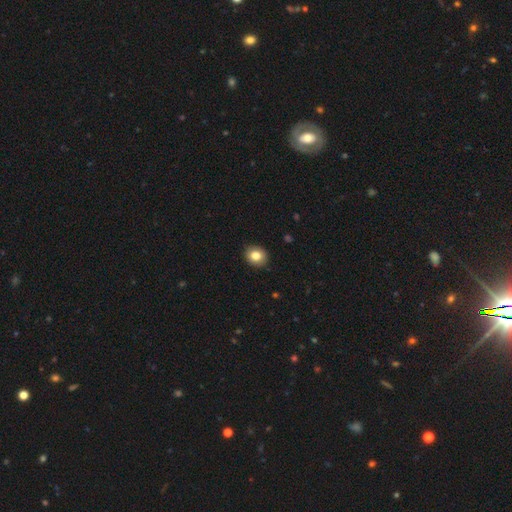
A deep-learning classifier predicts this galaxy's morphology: smooth-or-featured: smooth: 83% | star or artifact: 9% | featured or disk: 8%
  how-rounded: round: 71% | in between: 28% | cigar-shaped: 1%
  merging: none: 91% | minor disturbance: 6% | major disturbance: 2% | merger: 1%